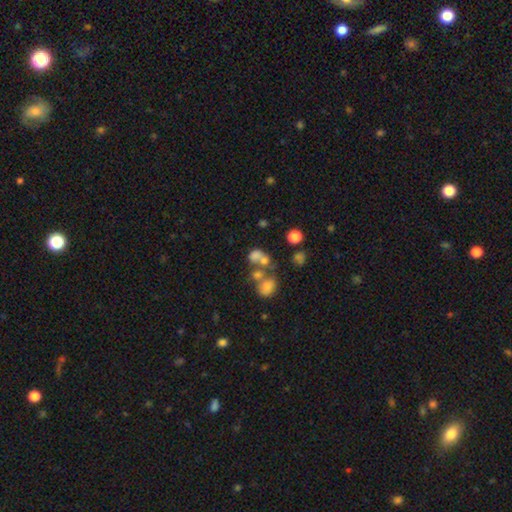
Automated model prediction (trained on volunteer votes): Morphology: type=smooth (59%); roundness=in between (54%); merging=merger (53%).